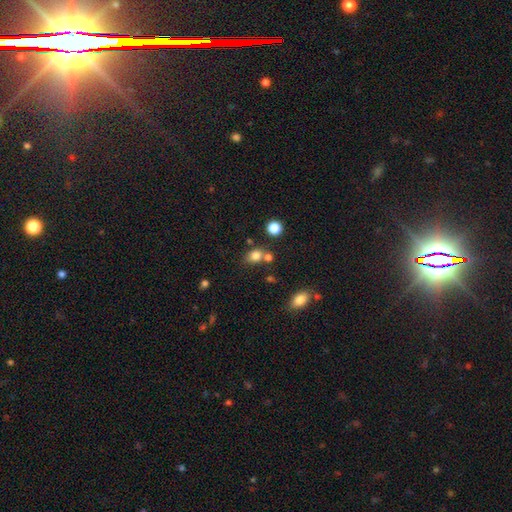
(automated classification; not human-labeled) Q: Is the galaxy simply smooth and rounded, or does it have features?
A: smooth — 79%.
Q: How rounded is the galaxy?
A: in between — 52%.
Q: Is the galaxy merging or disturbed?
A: none — 58%.